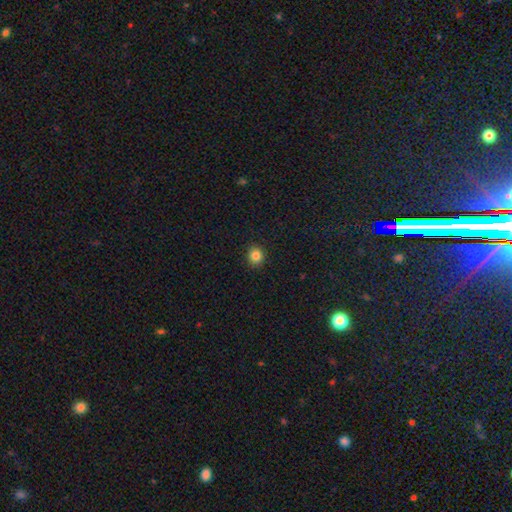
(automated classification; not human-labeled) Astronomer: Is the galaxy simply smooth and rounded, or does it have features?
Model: smooth — 84%.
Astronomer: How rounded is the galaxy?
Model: round — 88%.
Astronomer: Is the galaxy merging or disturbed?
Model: none — 92%.